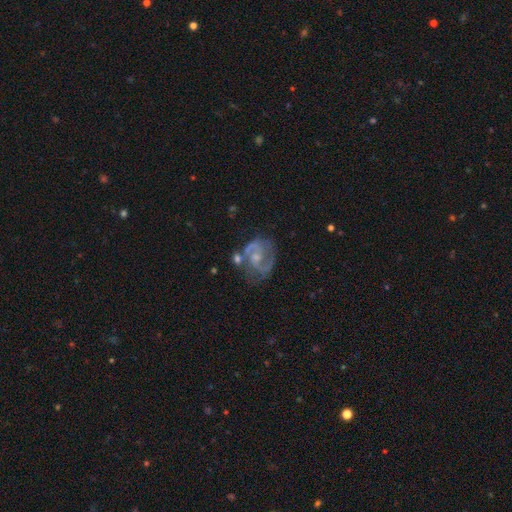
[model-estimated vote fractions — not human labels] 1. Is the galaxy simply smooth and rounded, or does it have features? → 84% featured or disk, 9% smooth, 6% star or artifact.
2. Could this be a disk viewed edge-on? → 98% no, 2% yes.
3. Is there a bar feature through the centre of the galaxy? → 50% no, 41% weak, 8% strong.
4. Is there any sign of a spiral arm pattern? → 94% yes, 6% no.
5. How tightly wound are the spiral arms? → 56% medium, 28% tight, 16% loose.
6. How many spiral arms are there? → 85% 2, 6% can't tell, 3% 3, 3% 1, 1% 4, 1% more than 4.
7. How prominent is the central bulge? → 49% small, 39% moderate, 9% none, 2% large, 1% dominant.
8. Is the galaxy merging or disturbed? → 60% none, 20% minor disturbance, 11% major disturbance, 9% merger.